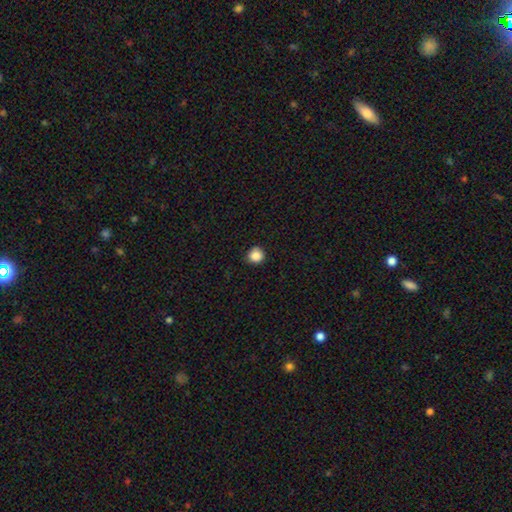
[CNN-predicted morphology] smooth_or_featured: smooth (p=0.87) [alt: star or artifact p=0.10]
how_rounded: round (p=0.93) [alt: in between p=0.06]
merging: none (p=0.86) [alt: minor disturbance p=0.11]